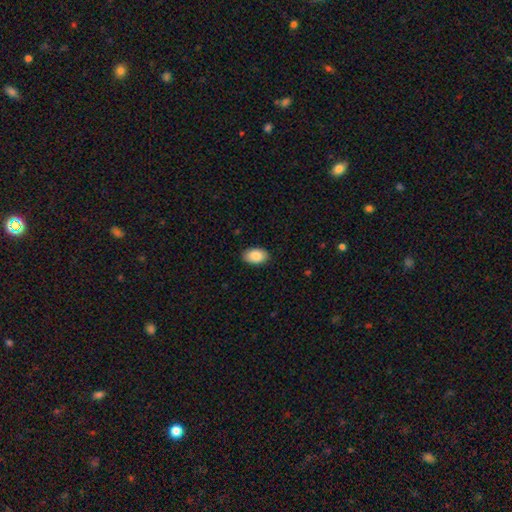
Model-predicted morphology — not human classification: Smooth or featured?
  - smooth: 87% *
  - star or artifact: 7%
  - featured or disk: 6%
How rounded?
  - in between: 92% *
  - round: 7%
  - cigar-shaped: 1%
Merging?
  - none: 89% *
  - minor disturbance: 8%
  - major disturbance: 2%
  - merger: 1%